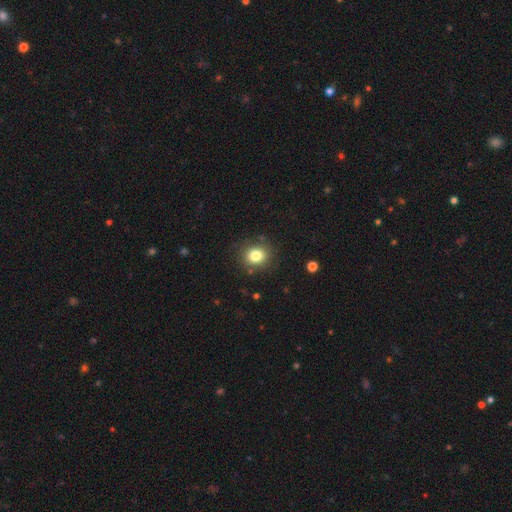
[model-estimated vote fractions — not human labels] A smooth galaxy with no disk features (81%) that is round (71%).

Vote fractions:
- Smooth or featured? smooth: 81% / star or artifact: 11% / featured or disk: 7%
- How rounded? round: 71% / in between: 28% / cigar-shaped: 1%
- Merging? none: 86% / minor disturbance: 9% / major disturbance: 3% / merger: 2%